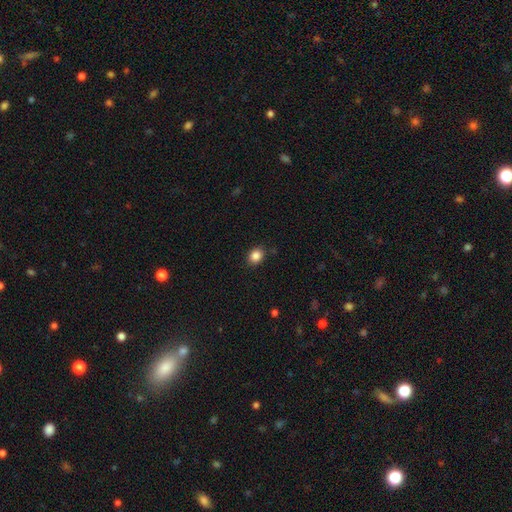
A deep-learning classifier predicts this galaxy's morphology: smooth 86%, star or artifact 10%, featured or disk 4%. Down the decision tree: how rounded — round (53%); merging — none (87%).